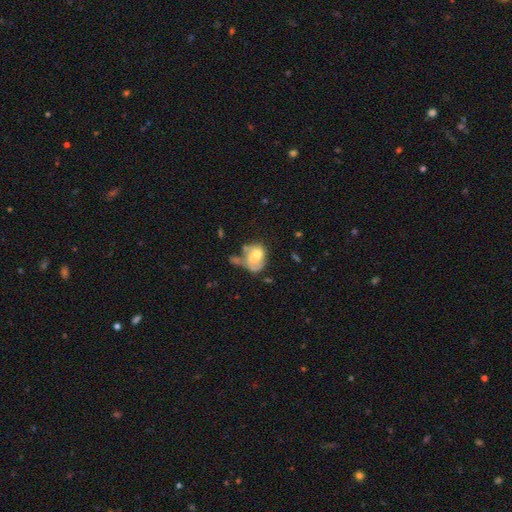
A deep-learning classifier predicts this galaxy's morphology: Overall: smooth (48%; featured or disk 43%). Merging: merger (34%; major disturbance 23%).